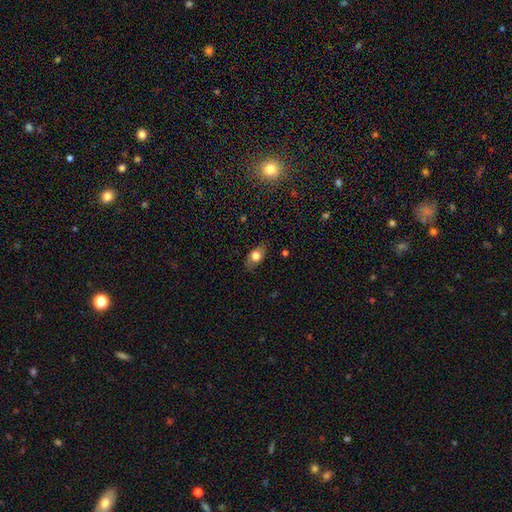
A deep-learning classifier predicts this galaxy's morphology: This appears to be a smooth galaxy with no disk features (73%) that is in between round and cigar-shaped (79%). Merging: none (80%).